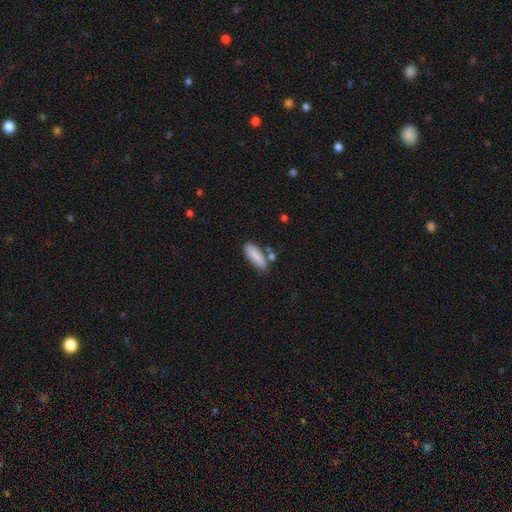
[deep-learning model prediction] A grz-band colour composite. It shows a smooth galaxy with no disk features (86%) that is in between round and cigar-shaped (60%). Merging: none (68%).